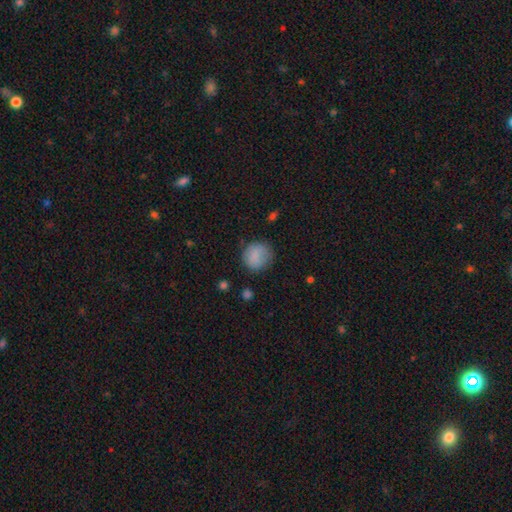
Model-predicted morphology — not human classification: Overall: smooth (83%). How rounded: round (82%). Merging: none (73%).